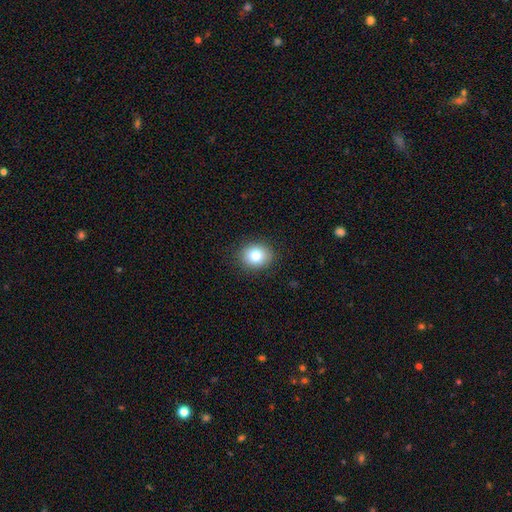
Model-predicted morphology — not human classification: The model was most divided on "how rounded": round: 65%, in between: 35%, cigar-shaped: 1%. More confident: merging — none (89%); smooth or featured — smooth (80%).